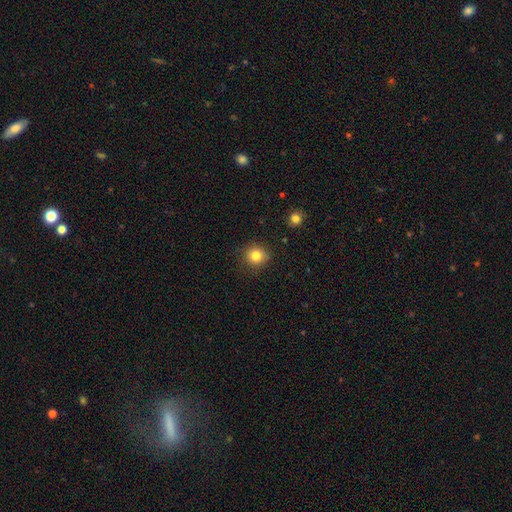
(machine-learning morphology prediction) This is clearly a smooth galaxy (82%). How rounded: clearly round (90%). Merging: clearly none (88%).